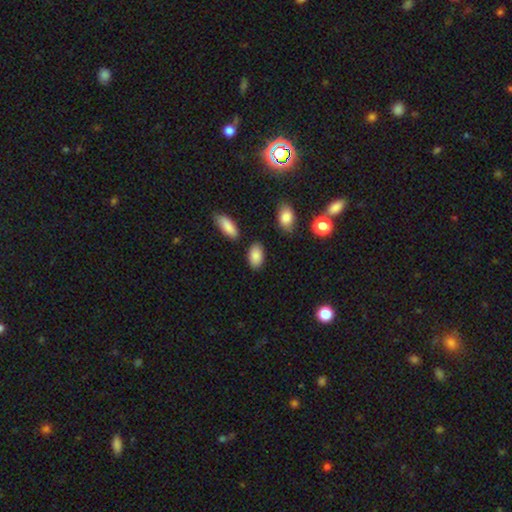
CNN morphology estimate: smooth 88%, star or artifact 7%, featured or disk 5%. Down the decision tree: how rounded — in between (92%); merging — none (83%).